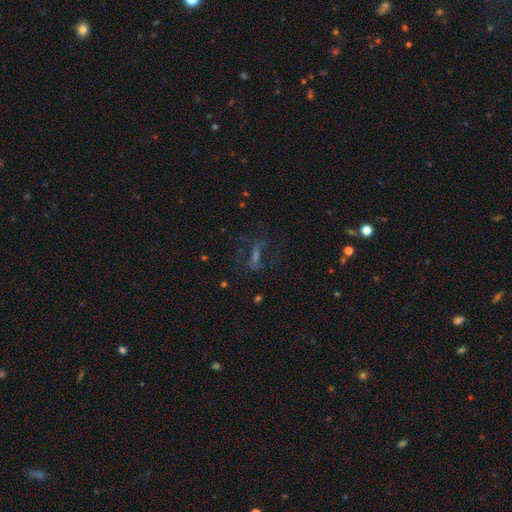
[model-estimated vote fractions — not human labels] smooth-or-featured: featured or disk: 40% | star or artifact: 33% | smooth: 27%
  merging: none: 58% | major disturbance: 23% | minor disturbance: 16% | merger: 3%